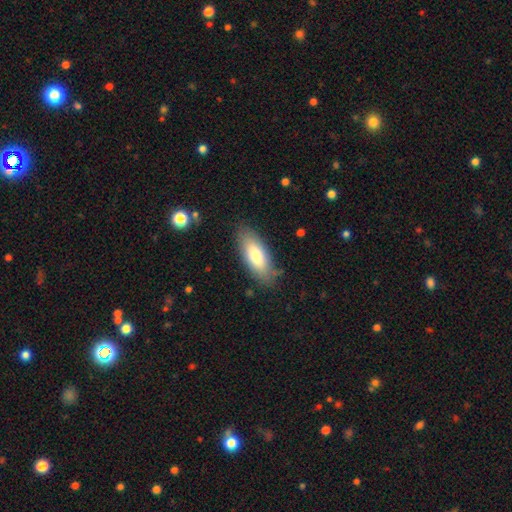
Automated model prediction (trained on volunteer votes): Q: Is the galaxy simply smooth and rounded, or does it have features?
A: smooth — 76%.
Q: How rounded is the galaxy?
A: in between — 78%.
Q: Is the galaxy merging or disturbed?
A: none — 81%.